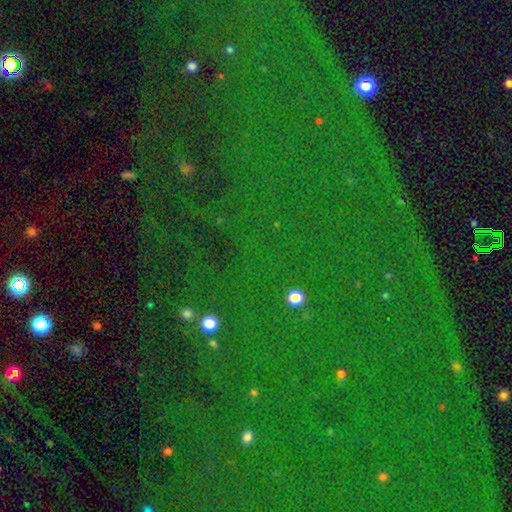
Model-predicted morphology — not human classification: Q: Smooth or featured?
A: star or artifact (82%); runner-up: smooth (10%)